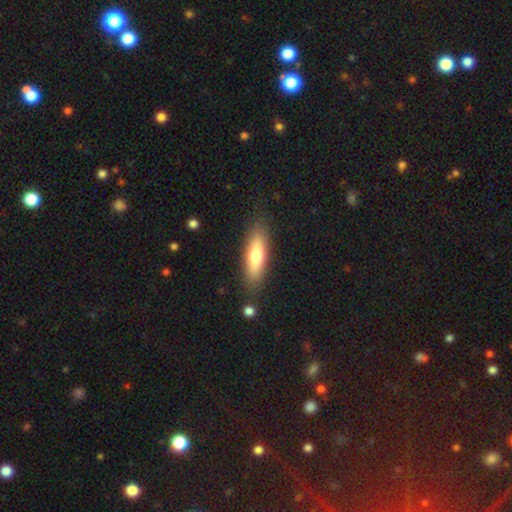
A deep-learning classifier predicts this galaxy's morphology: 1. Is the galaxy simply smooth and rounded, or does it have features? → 69% smooth, 25% featured or disk, 6% star or artifact.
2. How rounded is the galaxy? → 58% cigar-shaped, 40% in between, 2% round.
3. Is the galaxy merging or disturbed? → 84% none, 10% minor disturbance, 3% major disturbance, 2% merger.